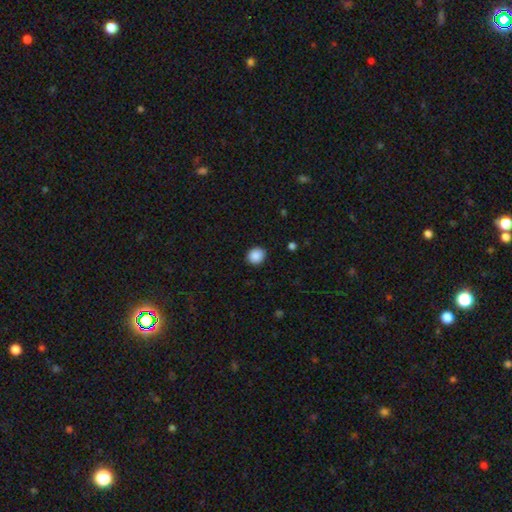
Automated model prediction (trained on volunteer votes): This is clearly a smooth galaxy (88%). How rounded: likely round (79%). Merging: clearly none (89%).